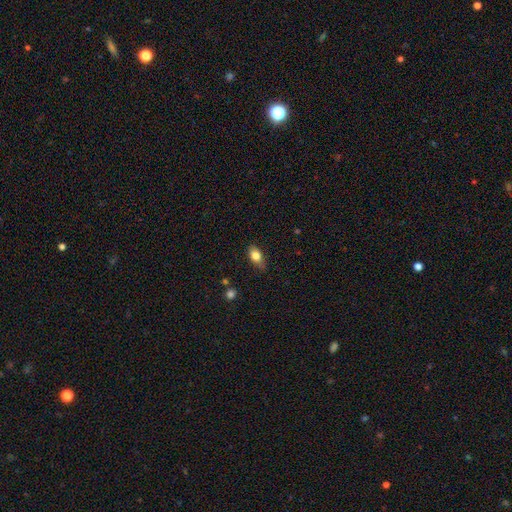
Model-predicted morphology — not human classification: smooth-or-featured: smooth: 80% | featured or disk: 12% | star or artifact: 8%
  how-rounded: in between: 85% | round: 9% | cigar-shaped: 6%
  merging: none: 75% | minor disturbance: 20% | major disturbance: 4% | merger: 1%